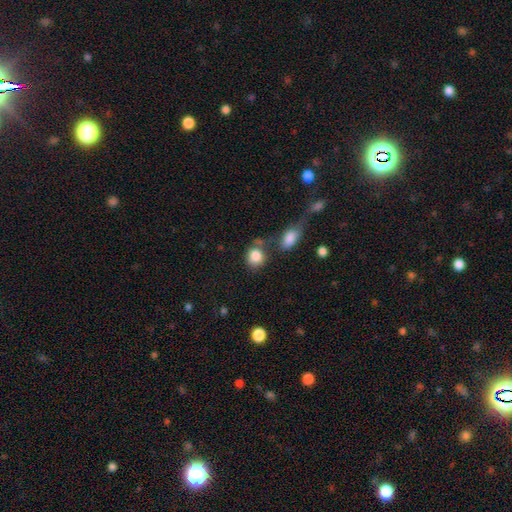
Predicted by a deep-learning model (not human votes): Morphology: type=smooth (85%); roundness=round (70%); merging=none (55%).